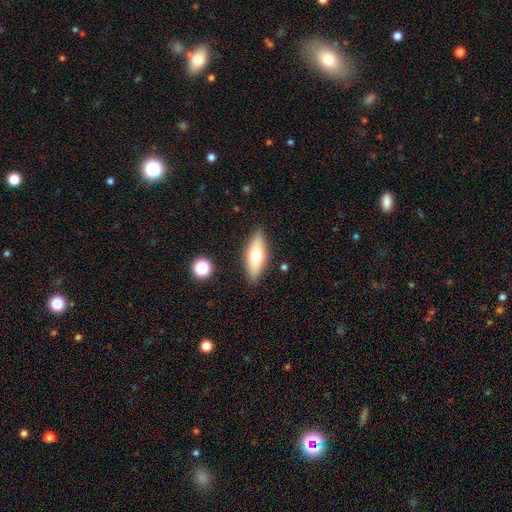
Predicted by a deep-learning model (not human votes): The model was most divided on "smooth or featured": smooth: 59%, featured or disk: 34%, star or artifact: 7%. More confident: merging — none (86%); how rounded — in between (63%).